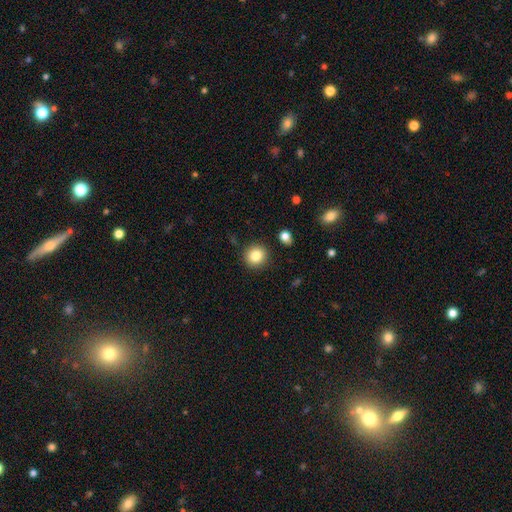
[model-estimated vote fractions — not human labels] smooth-or-featured: smooth: 83% | star or artifact: 10% | featured or disk: 7%
  how-rounded: round: 93% | in between: 6% | cigar-shaped: 1%
  merging: none: 90% | minor disturbance: 6% | major disturbance: 2% | merger: 2%